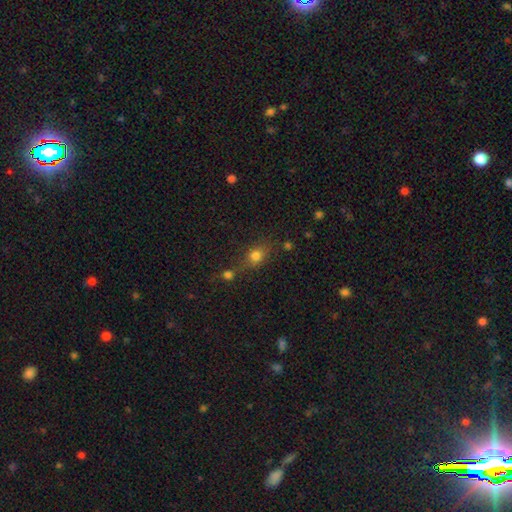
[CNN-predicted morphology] A smooth galaxy with no disk features (73%) that is round (55%). Merging: none (50%).